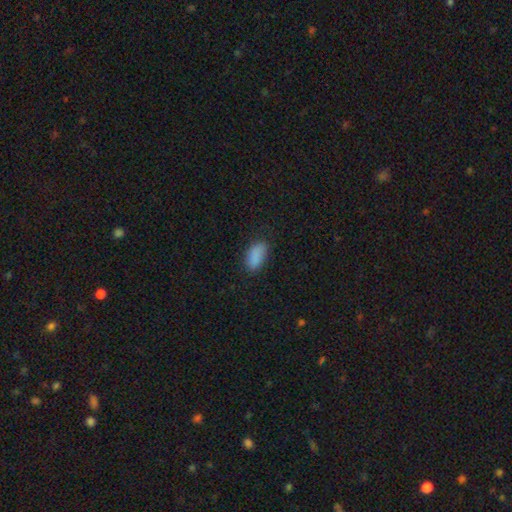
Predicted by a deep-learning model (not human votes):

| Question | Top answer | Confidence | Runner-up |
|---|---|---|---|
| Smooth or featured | smooth | 87% | star or artifact (8%) |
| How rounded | in between | 91% | cigar-shaped (6%) |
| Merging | none | 79% | minor disturbance (16%) |